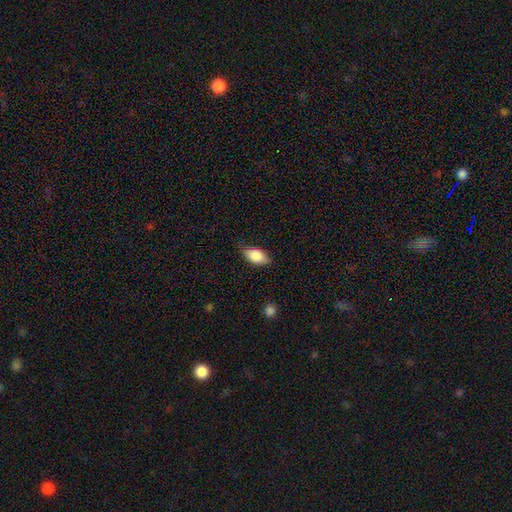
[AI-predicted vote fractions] smooth_or_featured: smooth (p=0.82) [alt: featured or disk p=0.11]
how_rounded: in between (p=0.90) [alt: cigar-shaped p=0.06]
merging: none (p=0.77) [alt: minor disturbance p=0.18]